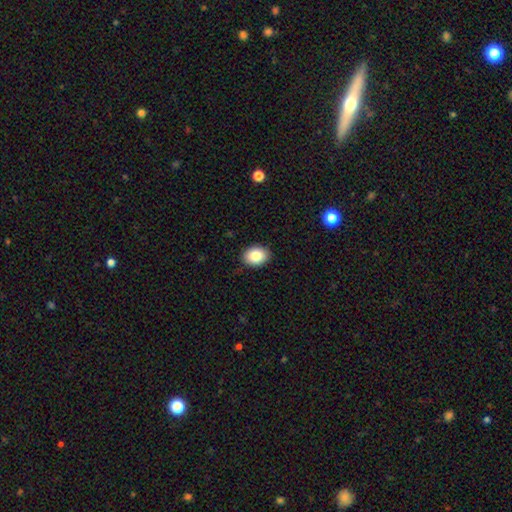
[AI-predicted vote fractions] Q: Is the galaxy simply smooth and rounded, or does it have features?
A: smooth — 85%.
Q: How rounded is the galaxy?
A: in between — 72%.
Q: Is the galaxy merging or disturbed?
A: none — 89%.